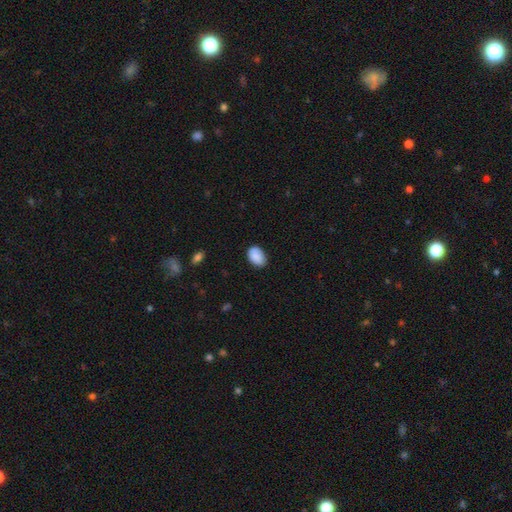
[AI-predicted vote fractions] Overall: smooth (89%). How rounded: in between (87%). Merging: none (81%).